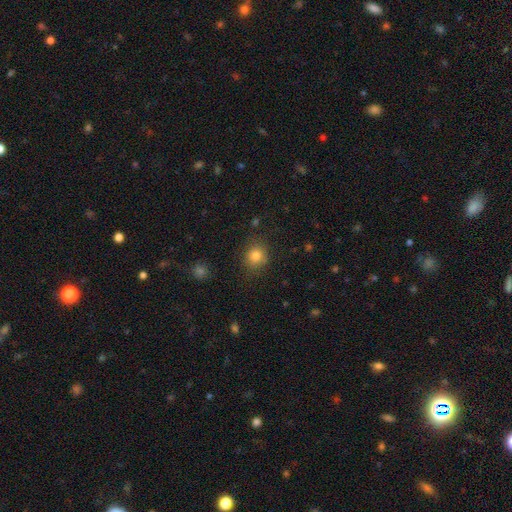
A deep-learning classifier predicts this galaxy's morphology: A smooth galaxy with no disk features (81%) that is round (82%).

Vote fractions:
- Smooth or featured? smooth: 81% / star or artifact: 12% / featured or disk: 6%
- How rounded? round: 82% / in between: 17% / cigar-shaped: 1%
- Merging? none: 83% / minor disturbance: 11% / major disturbance: 4% / merger: 2%